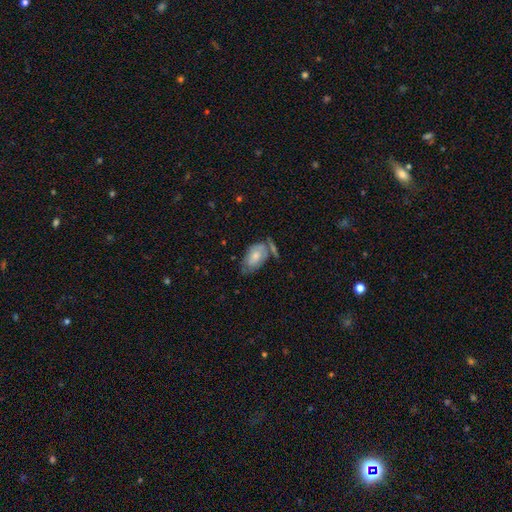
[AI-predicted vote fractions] Q: Smooth or featured?
A: smooth (62%); runner-up: featured or disk (31%)
Q: How rounded?
A: in between (92%); runner-up: round (5%)
Q: Merging?
A: none (44%); runner-up: minor disturbance (28%)